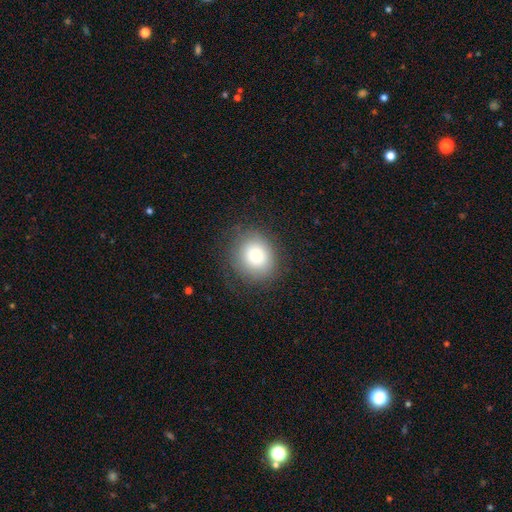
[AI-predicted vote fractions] Smooth or featured? smooth (73%)
How rounded? round (79%)
Merging? none (82%)